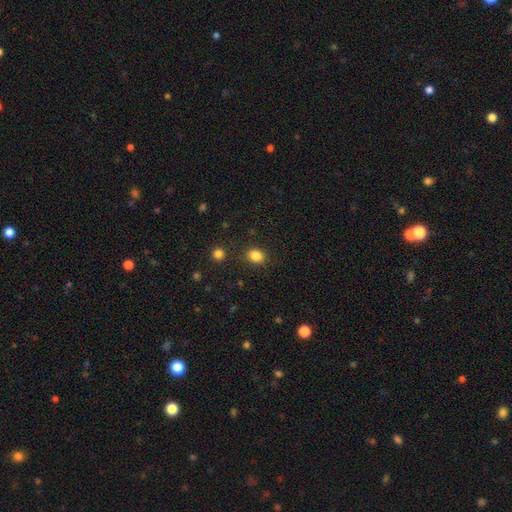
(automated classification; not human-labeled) smooth_or_featured: smooth (p=0.84) [alt: star or artifact p=0.11]
how_rounded: round (p=0.50) [alt: in between p=0.49]
merging: none (p=0.85) [alt: minor disturbance p=0.09]